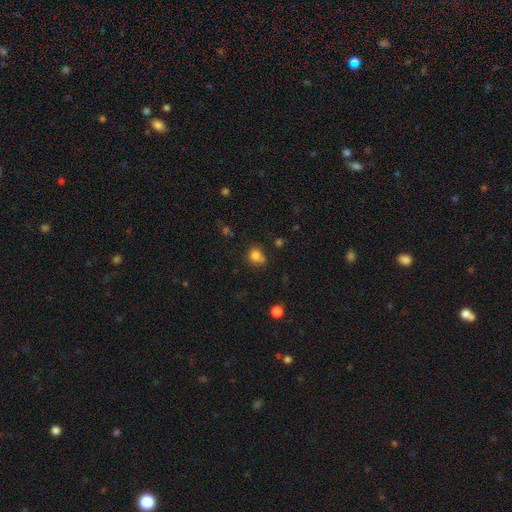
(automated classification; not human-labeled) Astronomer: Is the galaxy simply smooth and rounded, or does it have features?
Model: smooth — 80%.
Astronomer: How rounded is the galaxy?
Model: round — 73%.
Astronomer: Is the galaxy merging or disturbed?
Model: none — 55%.